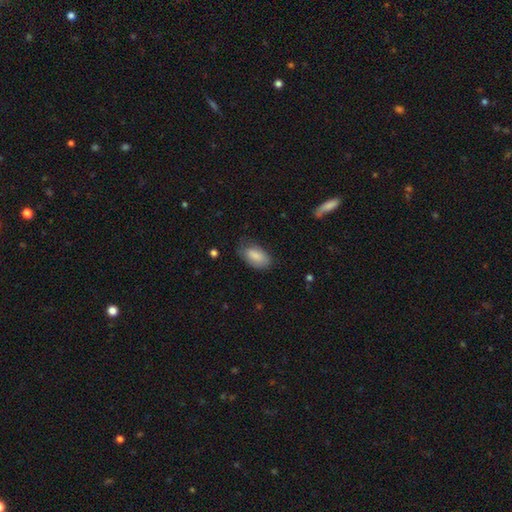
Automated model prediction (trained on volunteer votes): Overall: smooth (83%). How rounded: in between (93%). Merging: none (63%; minor disturbance 28%).